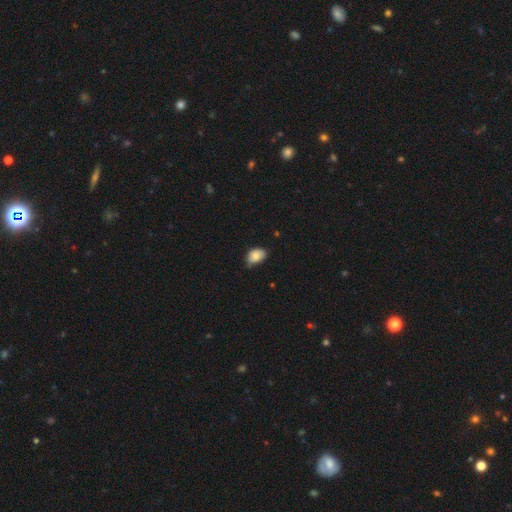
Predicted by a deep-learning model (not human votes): Morphology: type=smooth (83%); roundness=in between (85%); merging=none (55%).